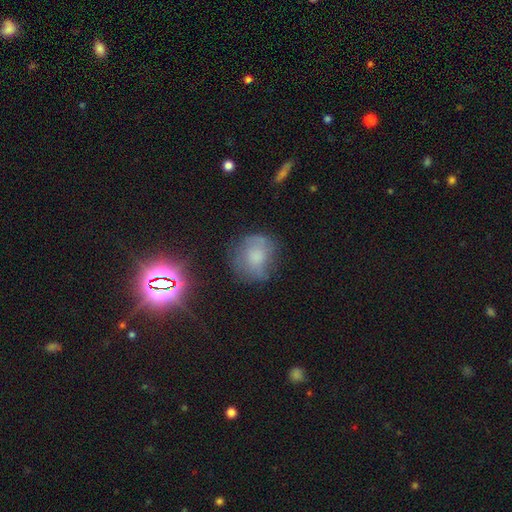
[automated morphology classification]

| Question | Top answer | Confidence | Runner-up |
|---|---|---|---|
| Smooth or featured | smooth | 52% | featured or disk (30%) |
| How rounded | round | 74% | in between (24%) |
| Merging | none | 58% | minor disturbance (25%) |